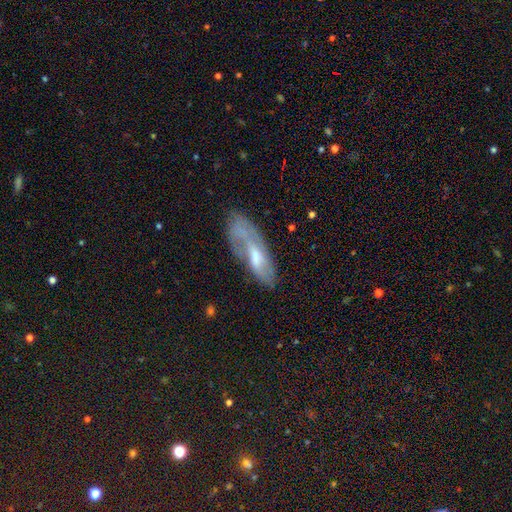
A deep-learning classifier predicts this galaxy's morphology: The model was most divided on "smooth or featured": featured or disk: 56%, smooth: 36%, star or artifact: 8%. More confident: edge-on disk — no (80%); merging — none (51%).